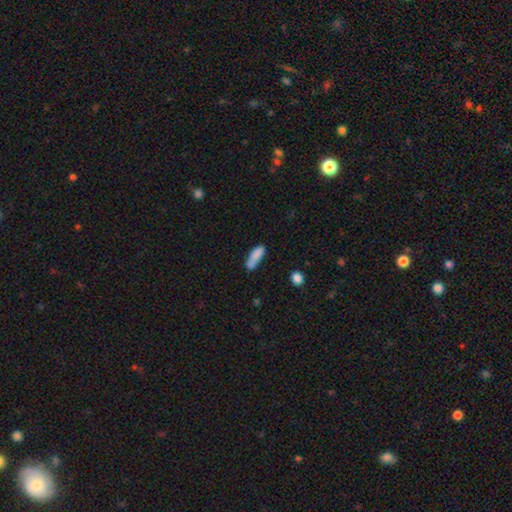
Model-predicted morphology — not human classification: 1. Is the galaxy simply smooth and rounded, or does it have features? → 80% smooth, 12% featured or disk, 8% star or artifact.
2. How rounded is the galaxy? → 51% in between, 47% cigar-shaped, 2% round.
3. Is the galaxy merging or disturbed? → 45% none, 25% minor disturbance, 21% merger, 9% major disturbance.